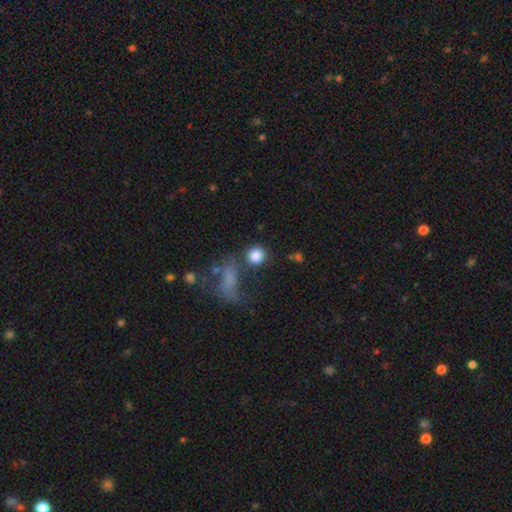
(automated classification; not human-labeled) Smooth or featured? smooth (83%)
How rounded? round (86%)
Merging? none (64%)